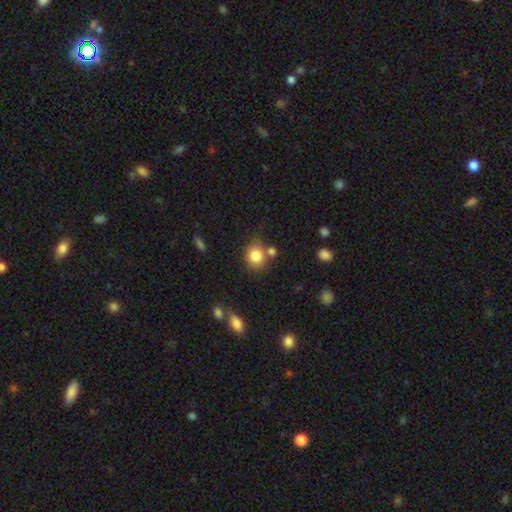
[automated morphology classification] Smooth or featured? Predicted: smooth (p=0.82). How rounded? Predicted: round (p=0.74). Merging? Predicted: none (p=0.64).